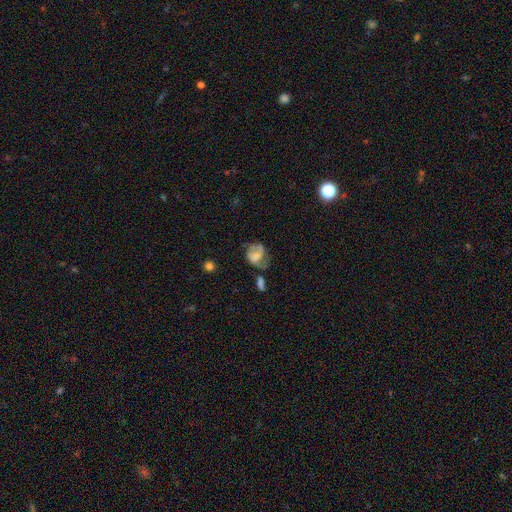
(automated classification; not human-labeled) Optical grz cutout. It shows a featured or disk galaxy (45%, tied with smooth). Merging: none (33%).